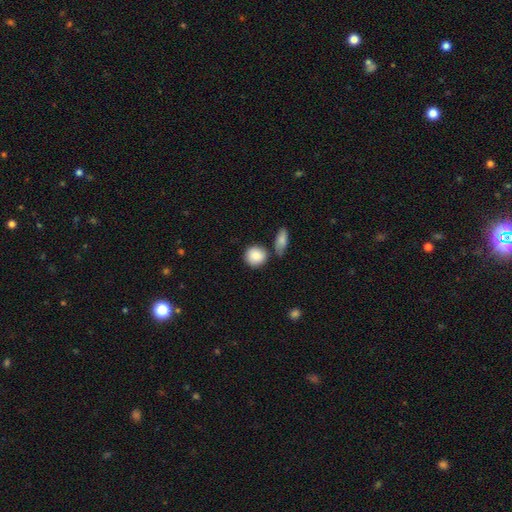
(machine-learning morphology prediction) Smooth or featured? smooth (88%)
How rounded? round (82%)
Merging? none (70%)